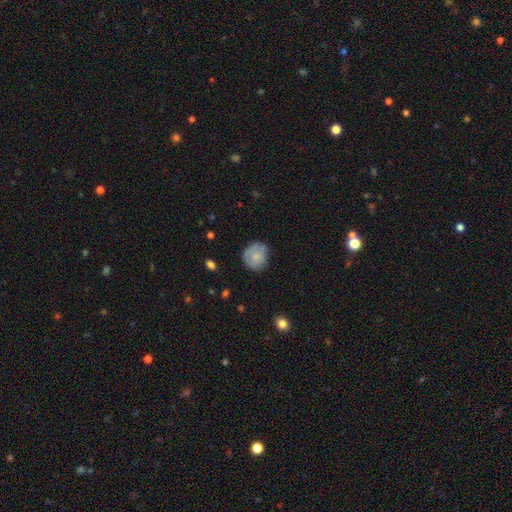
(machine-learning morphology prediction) A smooth galaxy with no disk features (72%) that is round (82%).

Vote fractions:
- Smooth or featured? smooth: 72% / featured or disk: 20% / star or artifact: 8%
- How rounded? round: 82% / in between: 17% / cigar-shaped: 1%
- Merging? none: 66% / minor disturbance: 25% / major disturbance: 6% / merger: 3%